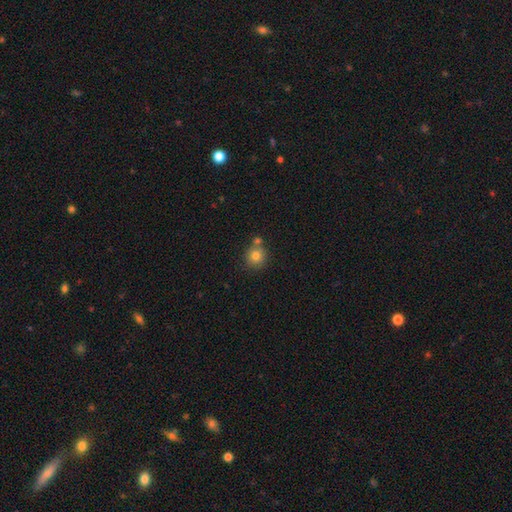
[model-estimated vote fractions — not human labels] This is likely a smooth galaxy (79%). How rounded: clearly round (89%). Merging: likely none (65%).